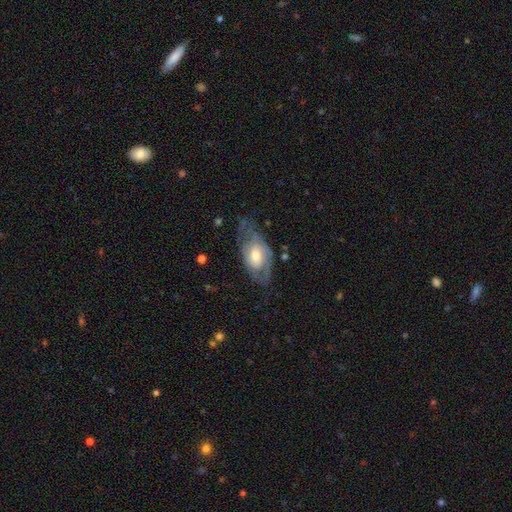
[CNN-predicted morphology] Smooth or featured? featured or disk (66%)
Edge-on disk? no (90%)
Bar? no (64%)
Spiral arms? yes (74%)
Bulge size? moderate (62%)
Merging? none (51%)